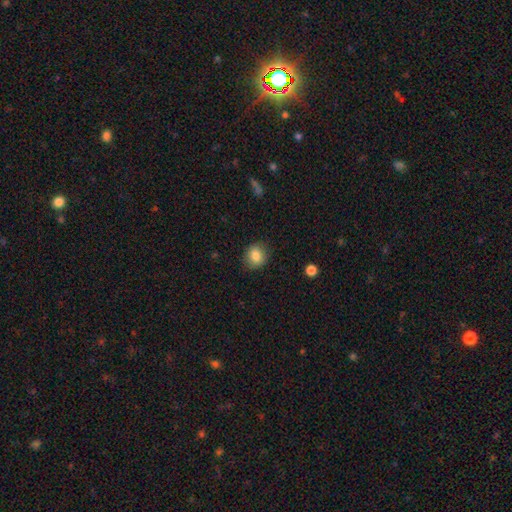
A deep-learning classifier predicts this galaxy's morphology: smooth_or_featured: smooth (p=0.83) [alt: star or artifact p=0.09]
how_rounded: round (p=0.73) [alt: in between p=0.26]
merging: none (p=0.86) [alt: minor disturbance p=0.10]